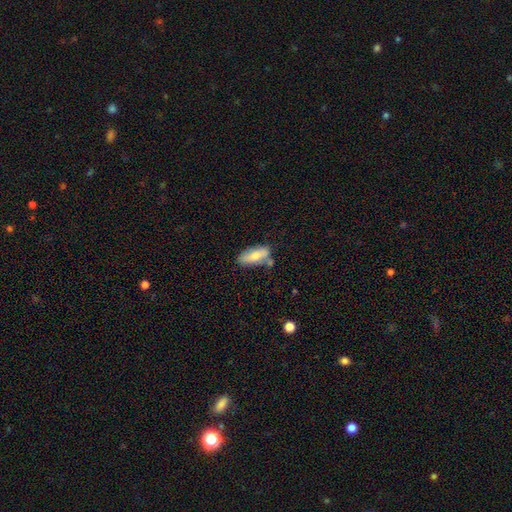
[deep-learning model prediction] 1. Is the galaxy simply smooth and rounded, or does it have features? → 66% smooth, 27% featured or disk, 6% star or artifact.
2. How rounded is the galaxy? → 77% in between, 21% cigar-shaped, 3% round.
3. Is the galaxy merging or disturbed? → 63% none, 20% minor disturbance, 12% merger, 5% major disturbance.